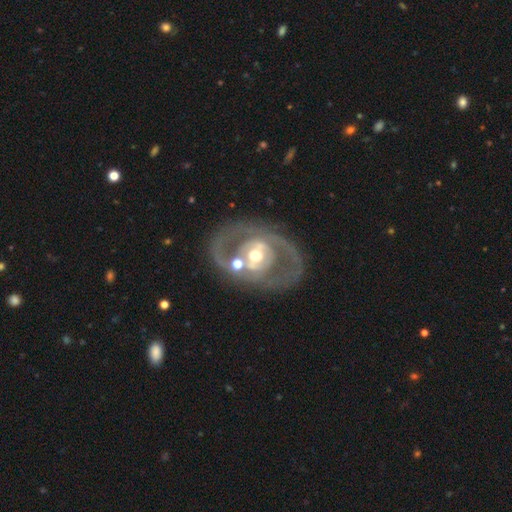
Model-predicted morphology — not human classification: Overall: featured or disk (76%). Edge-on disk: no (94%). Bar: no (46%; weak 31%). Spiral arms: no (59%; yes 41%). Bulge size: moderate (72%). Merging: none (62%).